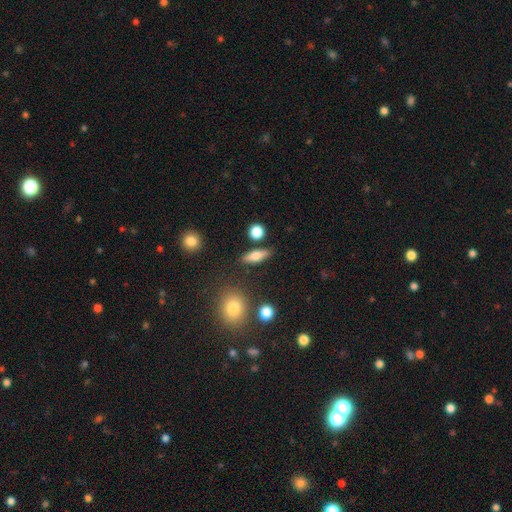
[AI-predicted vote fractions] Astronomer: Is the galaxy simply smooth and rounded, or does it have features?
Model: smooth — 69%.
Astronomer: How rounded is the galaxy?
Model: in between — 56% (runner-up: cigar-shaped, 36%).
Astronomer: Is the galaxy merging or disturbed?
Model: none — 81%.